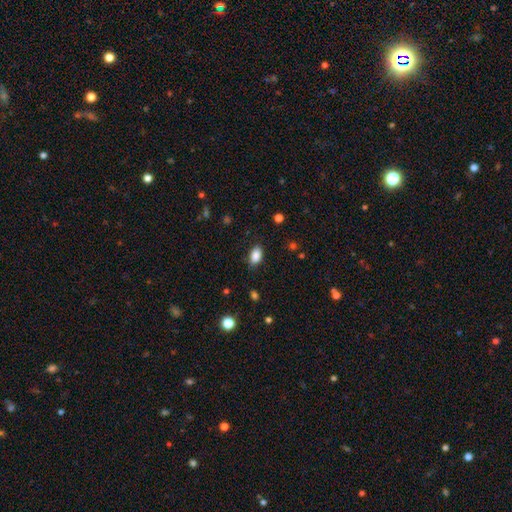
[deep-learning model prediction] Q: Smooth or featured?
A: smooth (88%); runner-up: star or artifact (8%)
Q: How rounded?
A: in between (90%); runner-up: round (8%)
Q: Merging?
A: none (84%); runner-up: minor disturbance (12%)